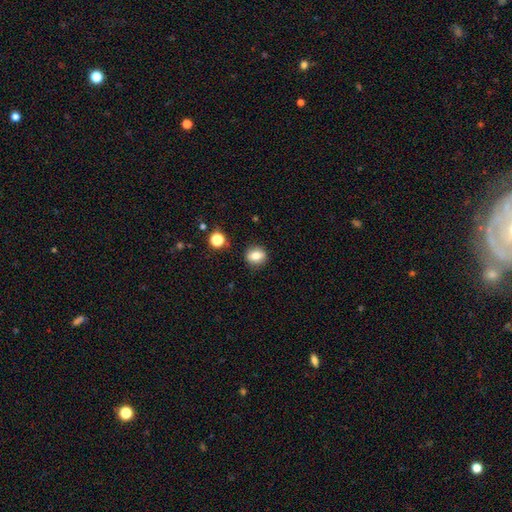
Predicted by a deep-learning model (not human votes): Overall: smooth (78%). How rounded: round (58%; in between 40%). Merging: none (86%).